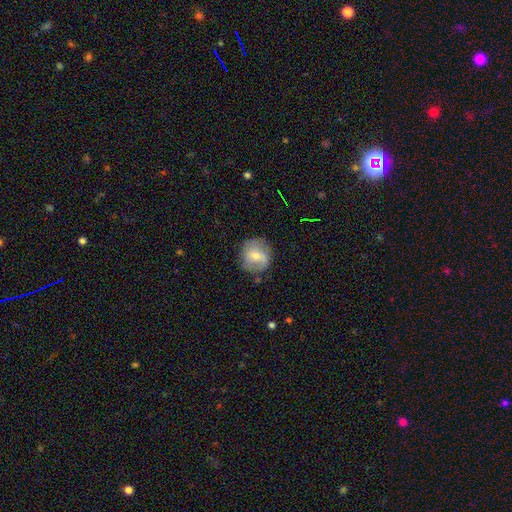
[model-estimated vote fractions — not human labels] Morphology: type=smooth (49%); merging=none (77%).